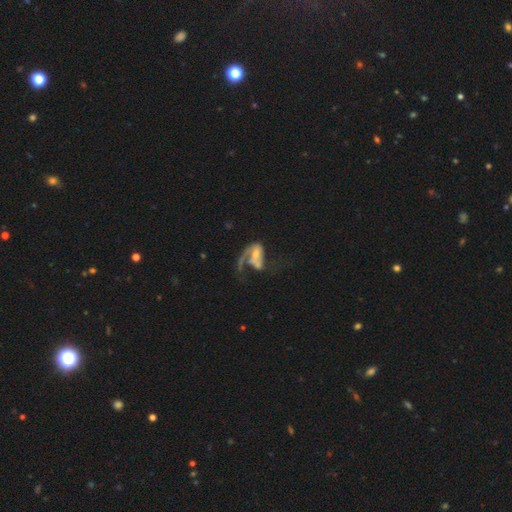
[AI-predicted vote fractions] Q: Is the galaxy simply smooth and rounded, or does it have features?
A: featured or disk — 68%.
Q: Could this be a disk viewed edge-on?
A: no — 96%.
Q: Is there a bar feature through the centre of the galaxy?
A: no — 57%.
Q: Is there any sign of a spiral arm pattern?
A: yes — 70%.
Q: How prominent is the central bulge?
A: small — 42%.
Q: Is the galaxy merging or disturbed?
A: major disturbance — 47%.